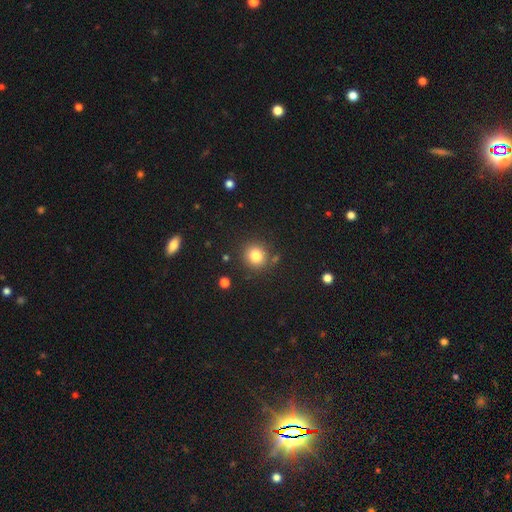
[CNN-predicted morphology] smooth-or-featured: smooth: 81% | star or artifact: 12% | featured or disk: 7%
  how-rounded: round: 89% | in between: 10% | cigar-shaped: 1%
  merging: none: 84% | minor disturbance: 8% | merger: 5% | major disturbance: 3%